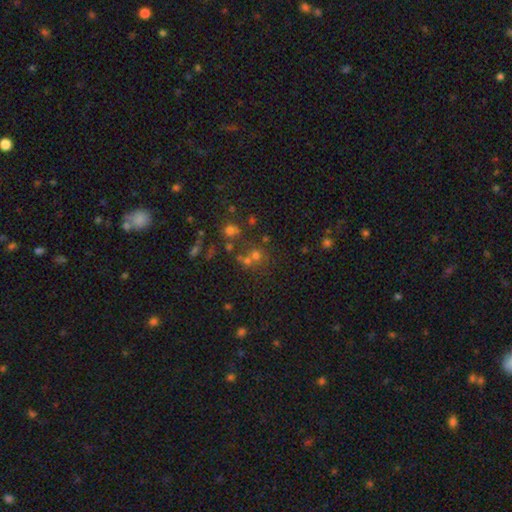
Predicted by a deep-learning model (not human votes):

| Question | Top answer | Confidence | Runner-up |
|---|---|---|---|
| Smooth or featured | smooth | 54% | star or artifact (31%) |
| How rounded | round | 85% | in between (14%) |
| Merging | none | 55% | merger (31%) |